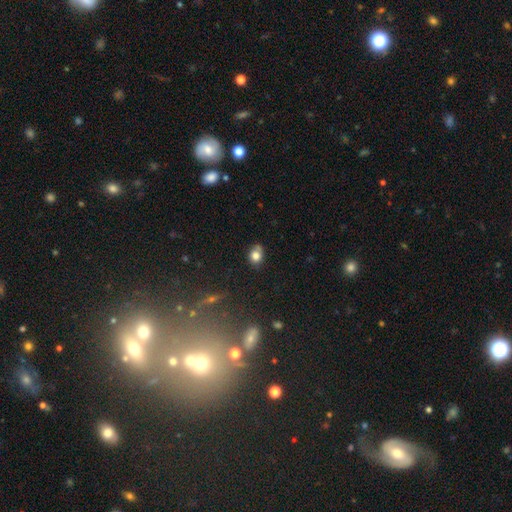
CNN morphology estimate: Smooth or featured? smooth (77%)
How rounded? round (59%)
Merging? none (63%)